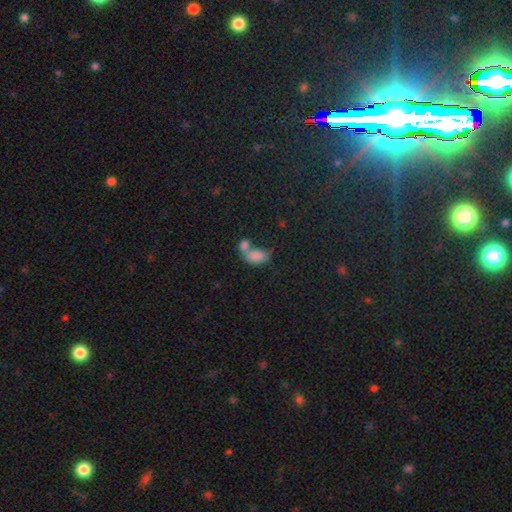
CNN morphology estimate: Overall: smooth (81%). How rounded: in between (91%). Merging: merger (61%).